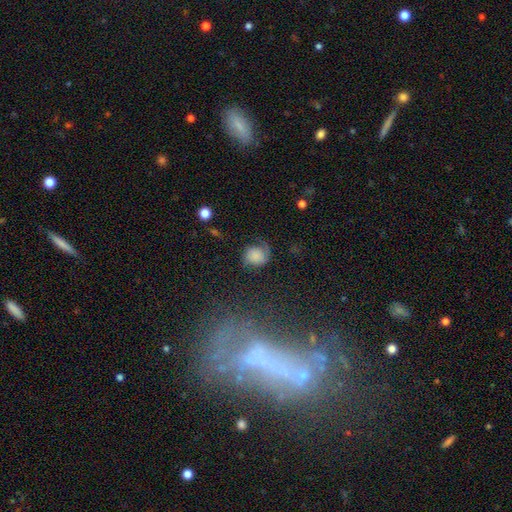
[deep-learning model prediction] smooth-or-featured: smooth: 57% | featured or disk: 33% | star or artifact: 10%
  how-rounded: round: 72% | in between: 27% | cigar-shaped: 1%
  merging: none: 52% | minor disturbance: 28% | major disturbance: 18% | merger: 2%